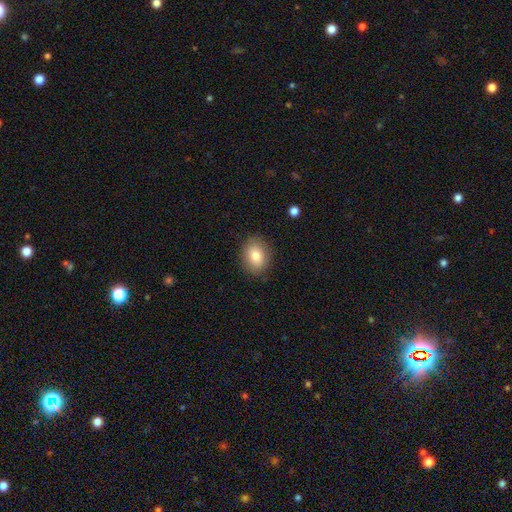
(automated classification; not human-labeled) A smooth galaxy with no disk features (81%) that is in between round and cigar-shaped (65%).

Vote fractions:
- Smooth or featured? smooth: 81% / featured or disk: 11% / star or artifact: 8%
- How rounded? in between: 65% / round: 34% / cigar-shaped: 1%
- Merging? none: 85% / minor disturbance: 11% / major disturbance: 3% / merger: 1%